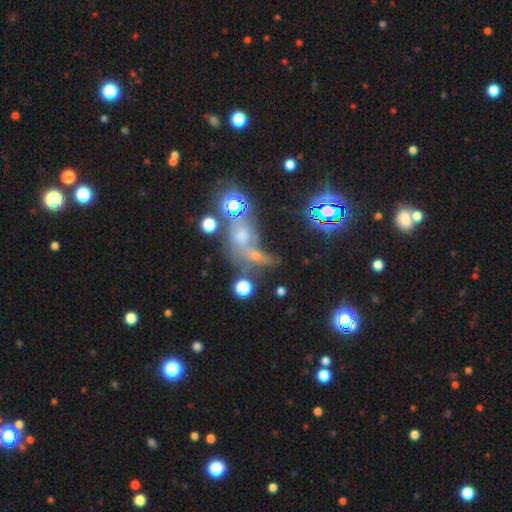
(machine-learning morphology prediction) smooth-or-featured: smooth: 41% | star or artifact: 34% | featured or disk: 25%
  merging: merger: 41% | none: 31% | major disturbance: 15% | minor disturbance: 12%